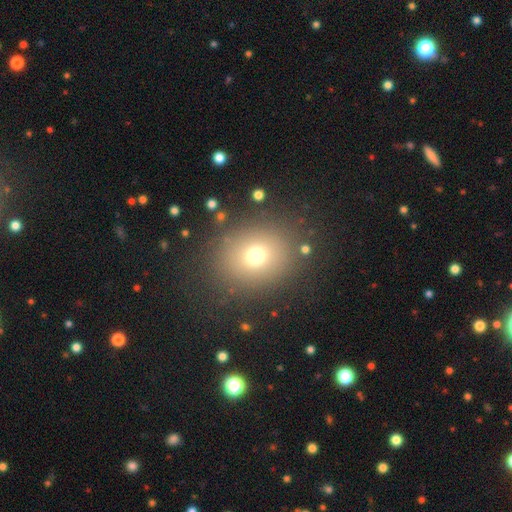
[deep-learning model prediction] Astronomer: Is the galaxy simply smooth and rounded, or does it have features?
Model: smooth — 69%.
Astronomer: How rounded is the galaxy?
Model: round — 71%.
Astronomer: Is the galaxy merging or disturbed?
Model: none — 83%.